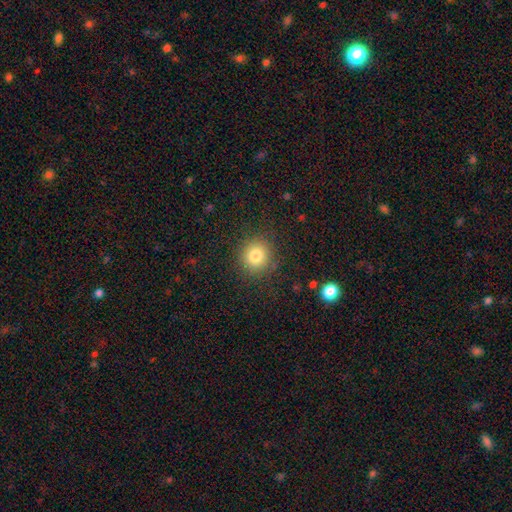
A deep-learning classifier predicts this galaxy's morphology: A smooth galaxy with no disk features (81%) that is round (89%). Merging: none (88%).